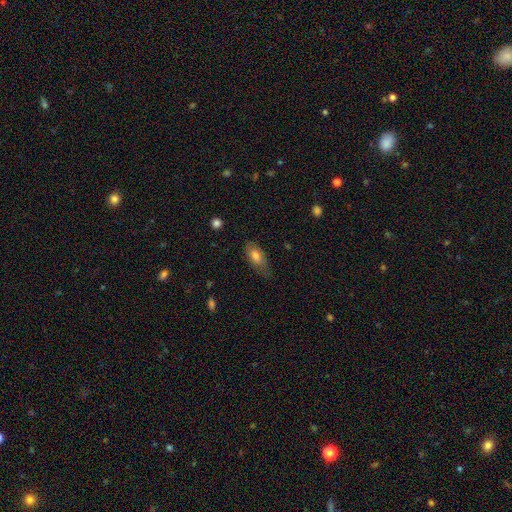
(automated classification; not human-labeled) Smooth or featured? Predicted: smooth (p=0.71). How rounded? Predicted: in between (p=0.87). Merging? Predicted: none (p=0.65).